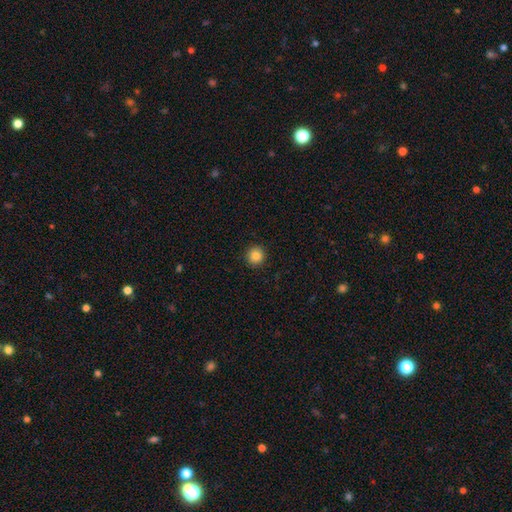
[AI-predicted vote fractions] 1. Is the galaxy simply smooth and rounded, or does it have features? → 86% smooth, 10% star or artifact, 4% featured or disk.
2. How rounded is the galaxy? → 94% round, 5% in between, 1% cigar-shaped.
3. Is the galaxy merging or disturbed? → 92% none, 5% minor disturbance, 2% major disturbance, 1% merger.